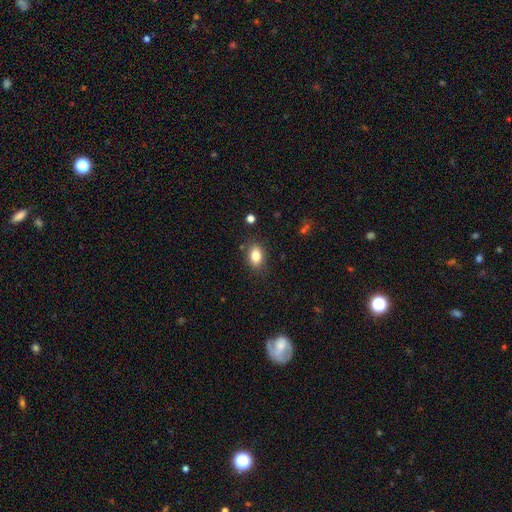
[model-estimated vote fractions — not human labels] smooth 83%, star or artifact 9%, featured or disk 8%. Down the decision tree: how rounded — in between (83%); merging — none (84%).